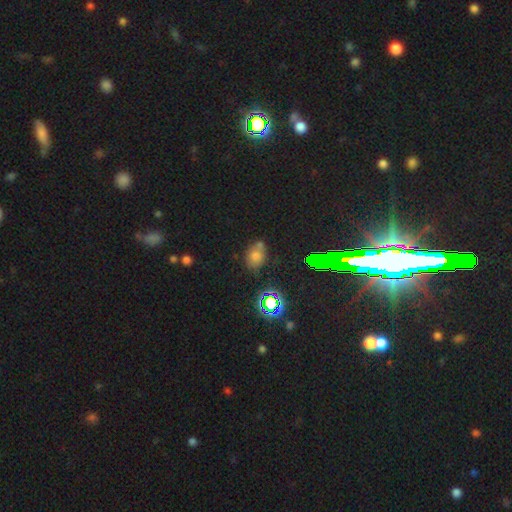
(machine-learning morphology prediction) Smooth or featured: smooth — 58% (star or artifact — 32%)
How rounded: in between — 62% (round — 36%)
Merging: none — 66% (minor disturbance — 16%)